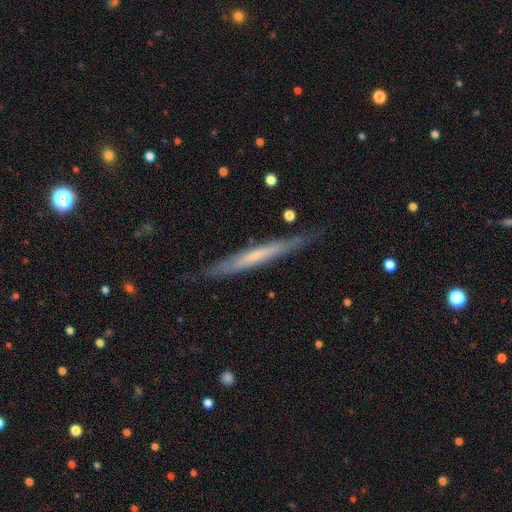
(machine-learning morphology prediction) Q: Smooth or featured?
A: featured or disk (52%); runner-up: smooth (42%)
Q: Edge-on disk?
A: yes (92%); runner-up: no (8%)
Q: Merging?
A: none (82%); runner-up: minor disturbance (14%)